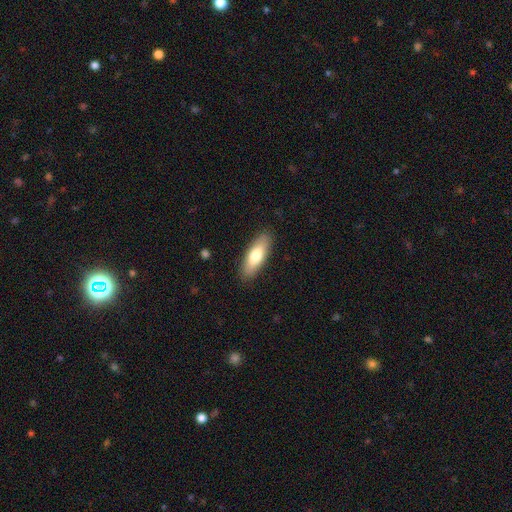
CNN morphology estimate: Smooth or featured? smooth (73%)
How rounded? in between (58%)
Merging? none (88%)